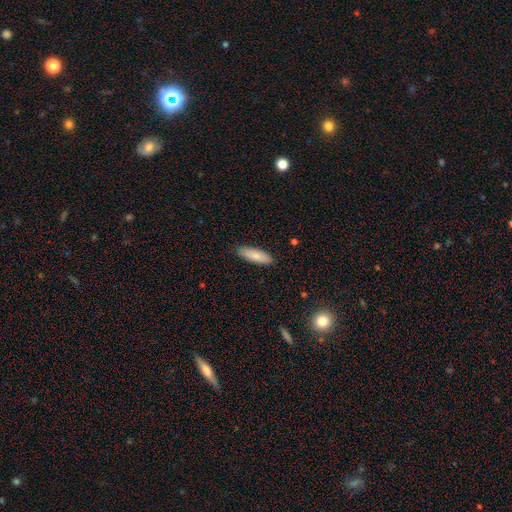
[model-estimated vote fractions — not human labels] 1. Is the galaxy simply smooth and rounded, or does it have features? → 82% smooth, 12% featured or disk, 6% star or artifact.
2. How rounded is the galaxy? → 49% in between (tied), 49% cigar-shaped (tied), 2% round.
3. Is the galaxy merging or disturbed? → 89% none, 9% minor disturbance, 2% major disturbance, 1% merger.